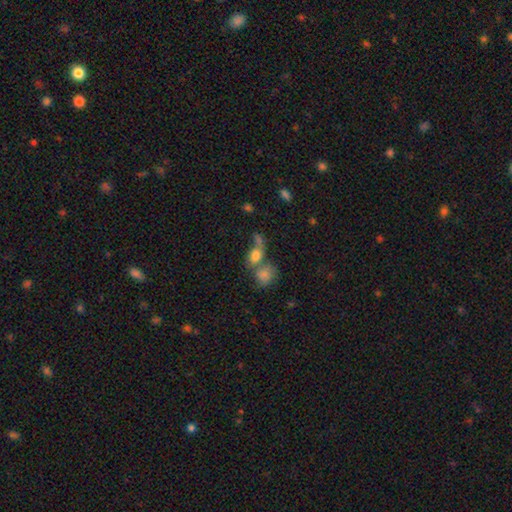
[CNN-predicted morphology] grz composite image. It shows a smooth galaxy with no disk features (75%) that is in between round and cigar-shaped (63%). Merging: merger (54%).